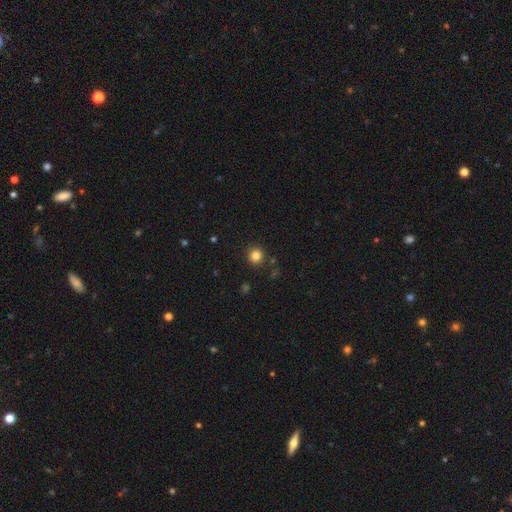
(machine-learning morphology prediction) smooth 83%, star or artifact 13%, featured or disk 5%. Down the decision tree: how rounded — round (92%); merging — none (90%).